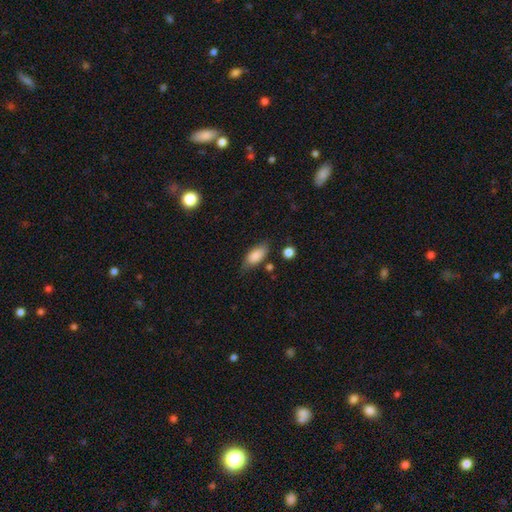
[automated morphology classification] smooth-or-featured: smooth: 84% | featured or disk: 9% | star or artifact: 7%
  how-rounded: in between: 87% | cigar-shaped: 10% | round: 3%
  merging: none: 68% | minor disturbance: 23% | major disturbance: 6% | merger: 4%